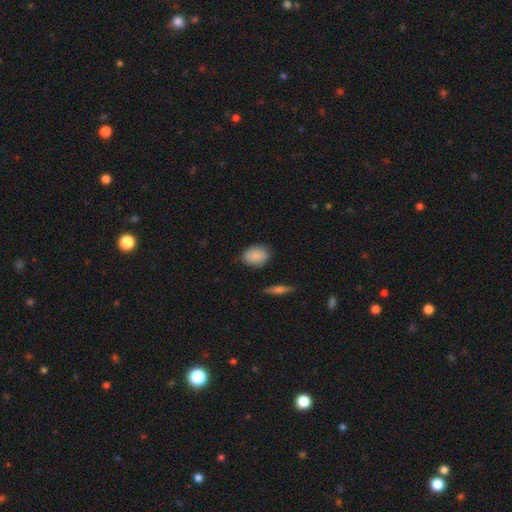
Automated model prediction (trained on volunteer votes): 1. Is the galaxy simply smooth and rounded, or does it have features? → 86% smooth, 7% featured or disk, 7% star or artifact.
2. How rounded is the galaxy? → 69% in between, 29% round, 2% cigar-shaped.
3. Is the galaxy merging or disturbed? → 80% none, 15% minor disturbance, 3% major disturbance, 2% merger.